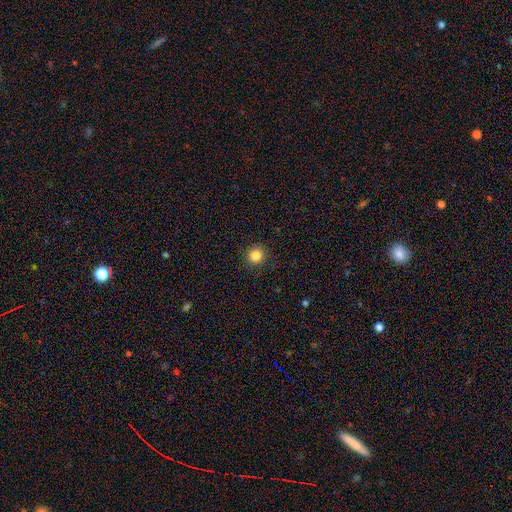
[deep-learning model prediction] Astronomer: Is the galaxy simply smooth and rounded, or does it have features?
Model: smooth — 84%.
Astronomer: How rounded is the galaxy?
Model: round — 94%.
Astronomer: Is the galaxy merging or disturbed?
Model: none — 91%.